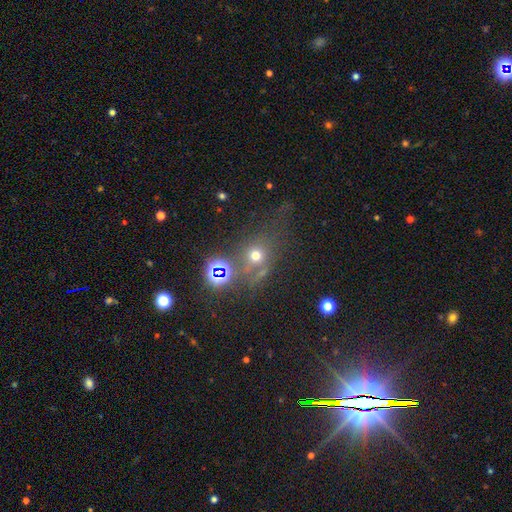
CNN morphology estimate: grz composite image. It shows a smooth galaxy with no disk features (55%) that is round (78%). Merging: none (56%).